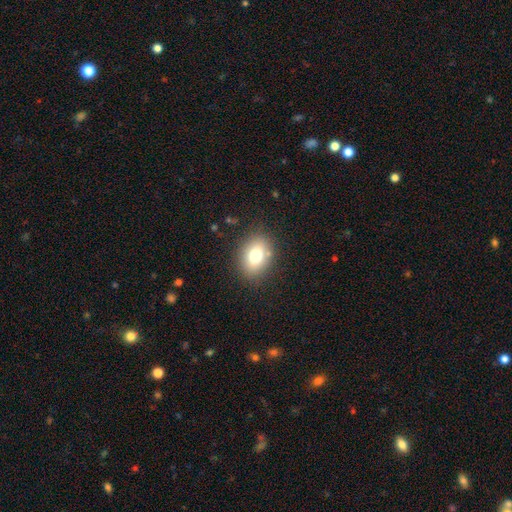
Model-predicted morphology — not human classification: The model was most divided on "how rounded": in between: 66%, round: 33%, cigar-shaped: 1%. More confident: merging — none (84%); smooth or featured — smooth (77%).